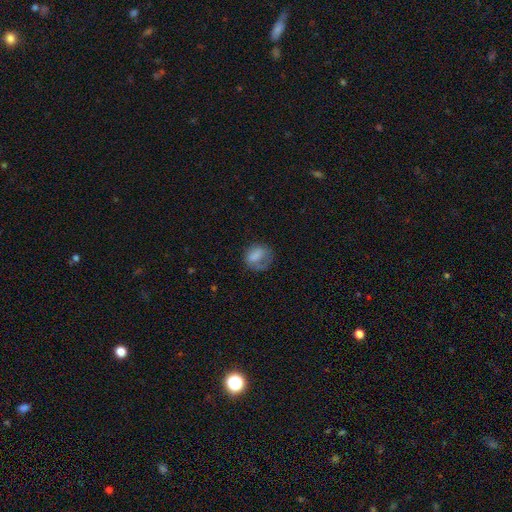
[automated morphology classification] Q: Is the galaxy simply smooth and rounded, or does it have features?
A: smooth — 69%.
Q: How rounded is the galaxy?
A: round — 52%.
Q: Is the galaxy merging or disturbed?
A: none — 44%.